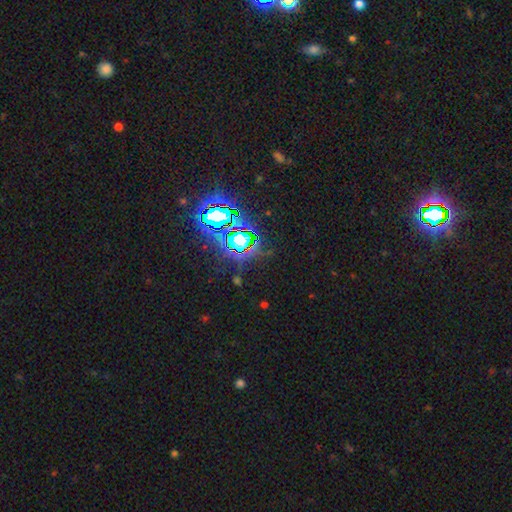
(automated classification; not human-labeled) smooth-or-featured: star or artifact: 82% | smooth: 11% | featured or disk: 8%